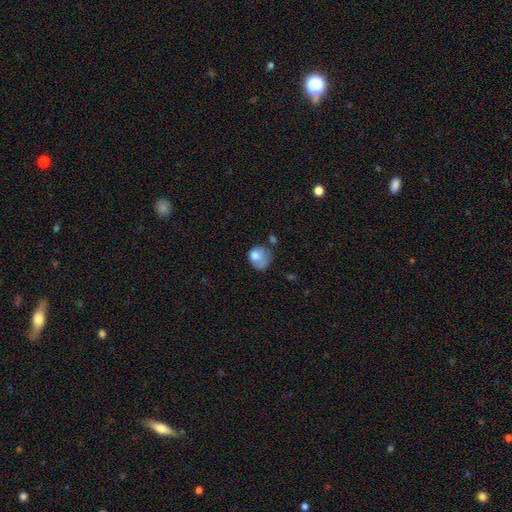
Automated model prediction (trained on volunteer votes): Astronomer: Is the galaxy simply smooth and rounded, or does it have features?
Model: smooth — 70%.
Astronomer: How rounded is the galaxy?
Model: round — 55% (runner-up: in between, 44%).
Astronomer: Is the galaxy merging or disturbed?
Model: major disturbance — 32% (runner-up: minor disturbance, 31%).